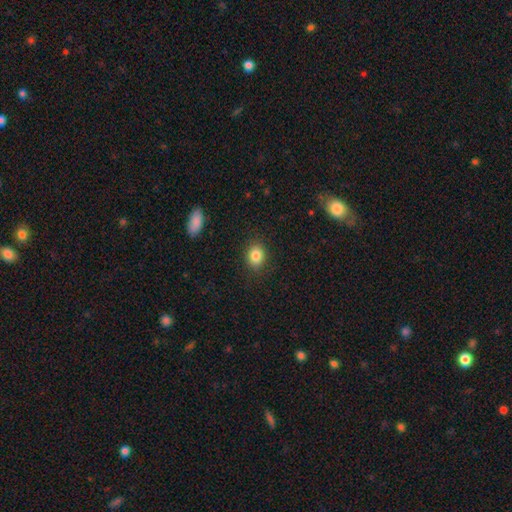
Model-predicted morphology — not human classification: The model was most divided on "how rounded": in between: 54%, round: 45%, cigar-shaped: 1%. More confident: merging — none (87%); smooth or featured — smooth (85%).